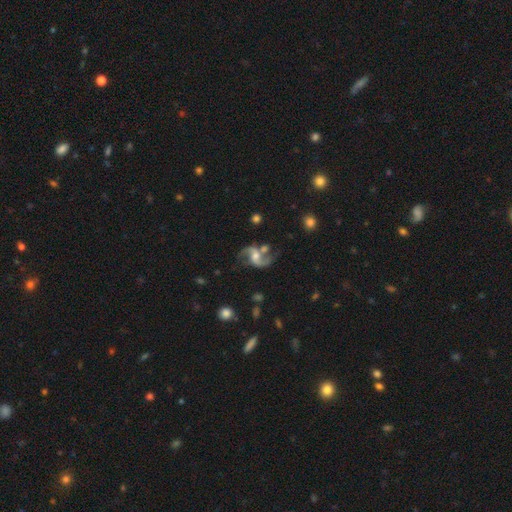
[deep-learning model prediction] Smooth or featured? Predicted: featured or disk (p=0.88). Edge-on disk? Predicted: no (p=0.98). Bar? Predicted: weak (p=0.43). Spiral arms? Predicted: yes (p=0.96). Spiral winding? Predicted: loose (p=0.70). Spiral arm count? Predicted: 2 (p=0.93). Bulge size? Predicted: moderate (p=0.53). Merging? Predicted: none (p=0.62).